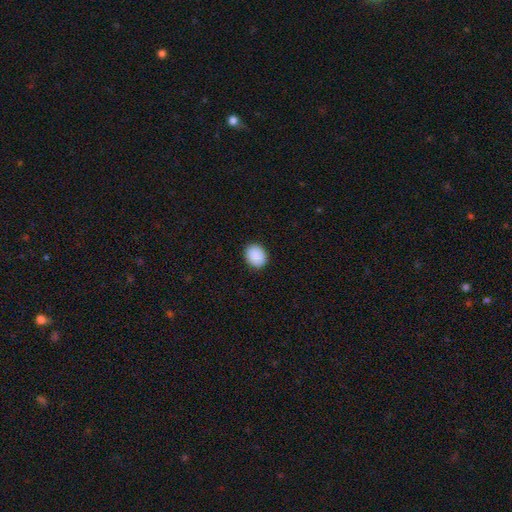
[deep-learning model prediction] Smooth or featured? smooth (91%)
How rounded? in between (51%)
Merging? none (90%)